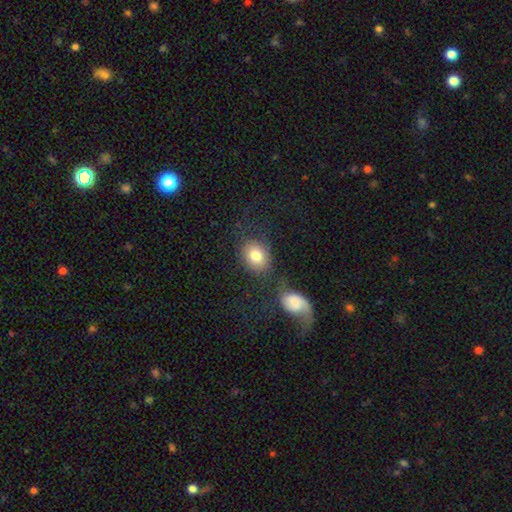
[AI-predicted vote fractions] smooth_or_featured: smooth (p=0.79) [alt: featured or disk p=0.12]
how_rounded: round (p=0.49) [tied with: in between p=0.49]
merging: none (p=0.63) [alt: minor disturbance p=0.14]